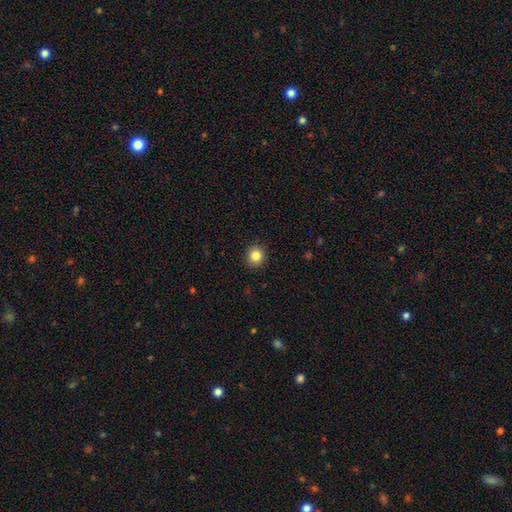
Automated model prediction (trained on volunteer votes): Smooth or featured? smooth (84%)
How rounded? round (91%)
Merging? none (92%)